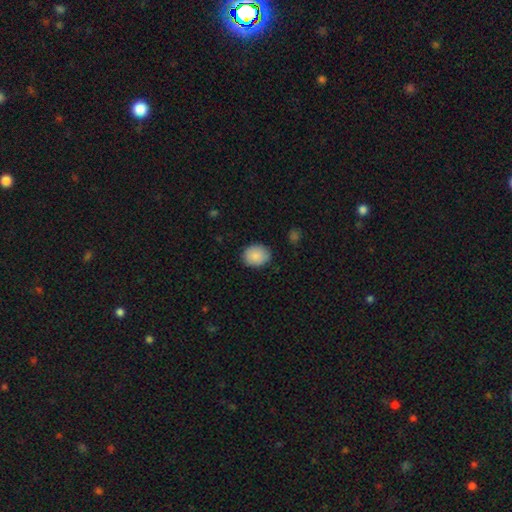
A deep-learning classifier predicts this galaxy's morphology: Smooth or featured? Predicted: smooth (p=0.89). How rounded? Predicted: round (p=0.57). Merging? Predicted: none (p=0.86).